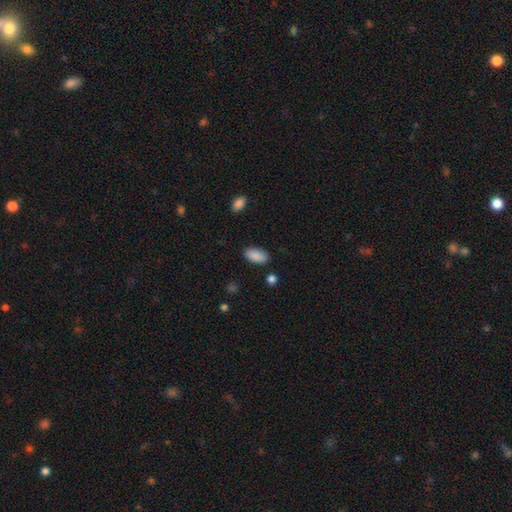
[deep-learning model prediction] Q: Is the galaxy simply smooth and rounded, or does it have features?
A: smooth — 89%.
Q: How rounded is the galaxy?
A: in between — 94%.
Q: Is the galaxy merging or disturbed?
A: none — 85%.